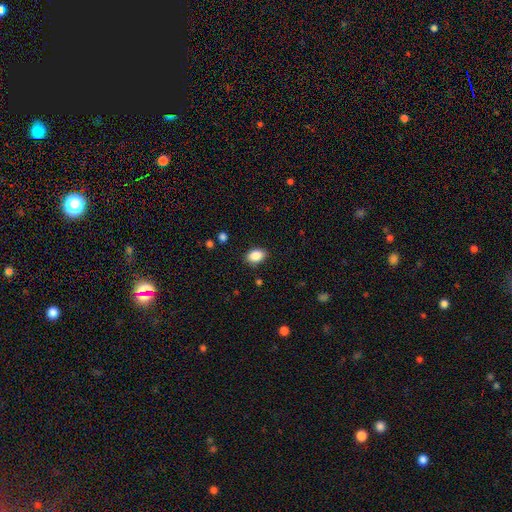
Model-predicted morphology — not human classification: A smooth galaxy with no disk features (88%) that is in between round and cigar-shaped (81%).

Vote fractions:
- Smooth or featured? smooth: 88% / star or artifact: 8% / featured or disk: 4%
- How rounded? in between: 81% / round: 18% / cigar-shaped: 1%
- Merging? none: 87% / minor disturbance: 10% / major disturbance: 2% / merger: 1%